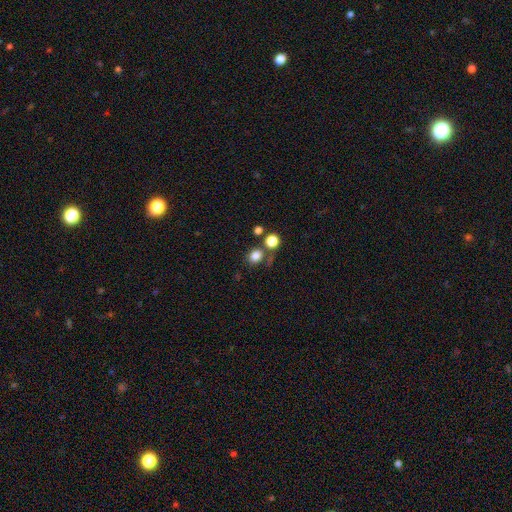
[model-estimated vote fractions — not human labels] Smooth or featured? smooth (80%)
How rounded? round (71%)
Merging? none (64%)